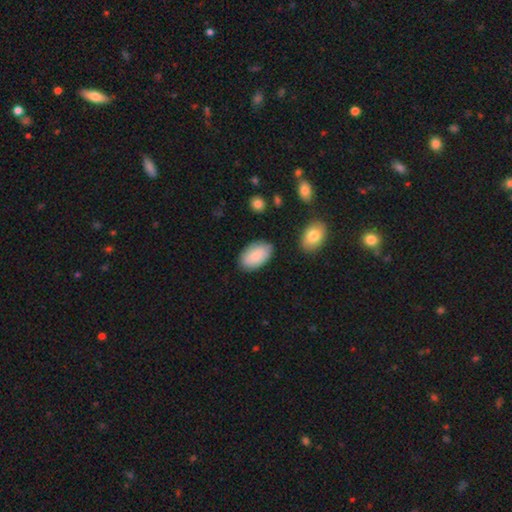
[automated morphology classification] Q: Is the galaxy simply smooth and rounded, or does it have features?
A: smooth — 85%.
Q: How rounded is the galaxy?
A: in between — 94%.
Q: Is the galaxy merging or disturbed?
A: none — 80%.